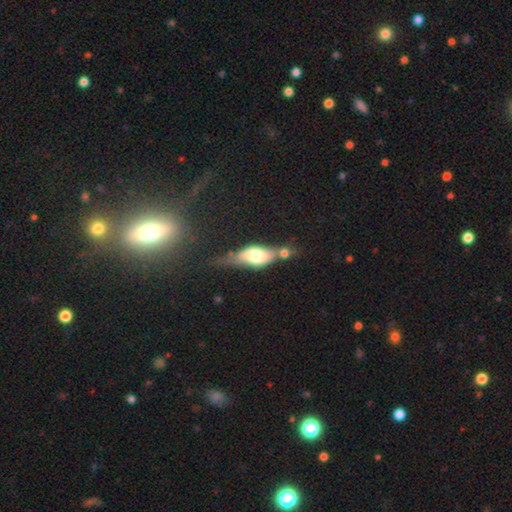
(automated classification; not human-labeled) Smooth or featured?
  - smooth: 49% *
  - featured or disk: 43%
  - star or artifact: 8%
Merging?
  - merger: 31% *
  - none: 30%
  - minor disturbance: 24%
  - major disturbance: 15%